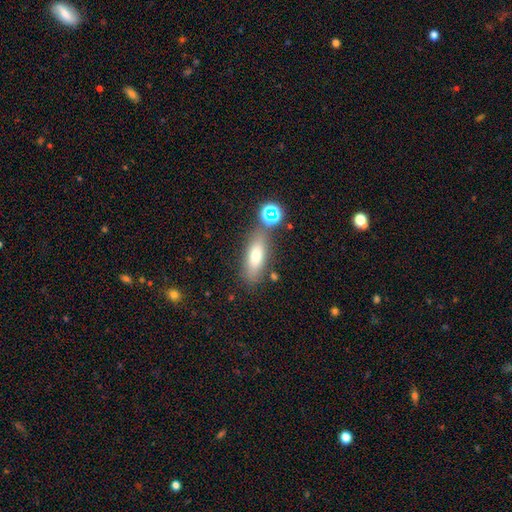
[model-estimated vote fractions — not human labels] Morphology: type=smooth (70%); roundness=in between (63%); merging=none (73%).